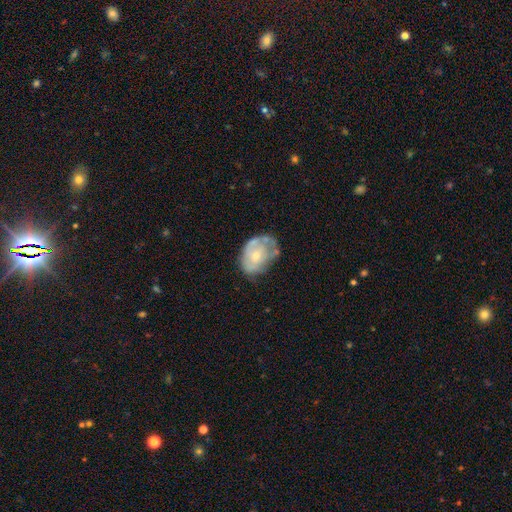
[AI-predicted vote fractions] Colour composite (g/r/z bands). It shows a featured or disk galaxy (51%). Merging: none (43%).